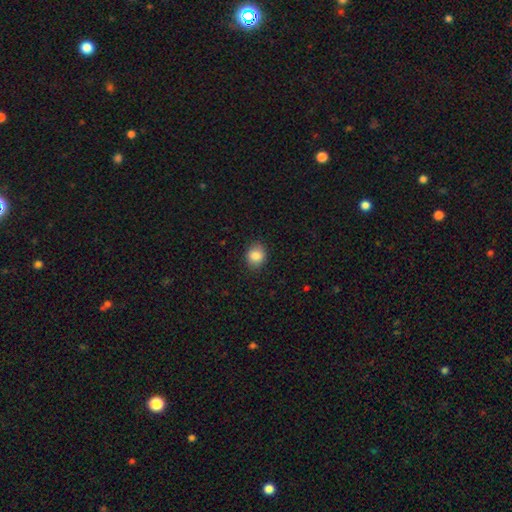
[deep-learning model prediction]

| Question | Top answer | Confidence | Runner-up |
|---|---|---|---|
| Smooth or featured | smooth | 87% | star or artifact (9%) |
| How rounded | round | 67% | in between (32%) |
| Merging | none | 85% | minor disturbance (11%) |